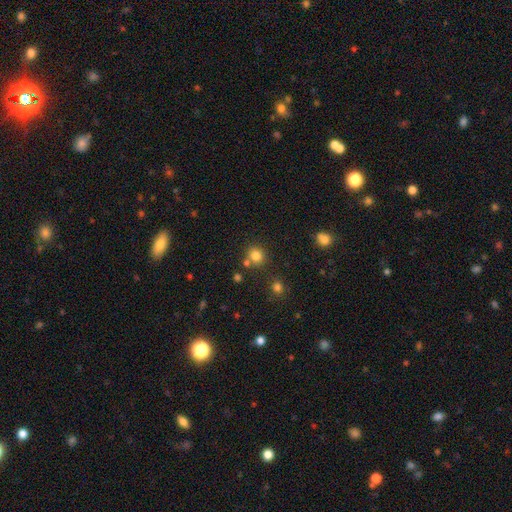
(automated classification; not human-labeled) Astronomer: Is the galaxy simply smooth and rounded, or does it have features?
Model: smooth — 80%.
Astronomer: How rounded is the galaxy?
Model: round — 84%.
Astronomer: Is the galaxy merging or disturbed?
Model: none — 74%.